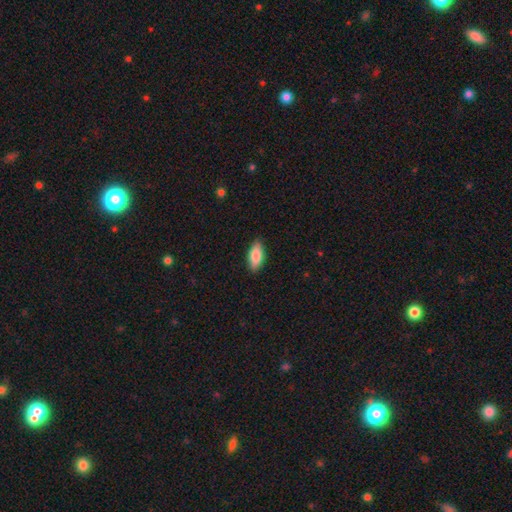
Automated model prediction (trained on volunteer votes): smooth_or_featured: smooth (p=0.86) [alt: featured or disk p=0.08]
how_rounded: in between (p=0.85) [alt: cigar-shaped p=0.13]
merging: none (p=0.86) [alt: minor disturbance p=0.11]